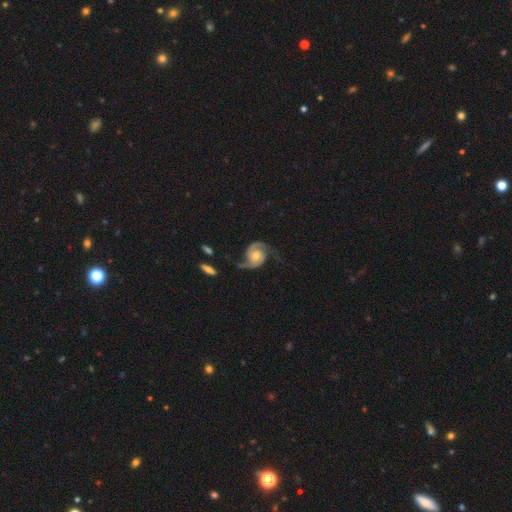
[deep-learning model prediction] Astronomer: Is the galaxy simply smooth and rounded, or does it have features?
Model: featured or disk — 90%.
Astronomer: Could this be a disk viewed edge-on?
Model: no — 98%.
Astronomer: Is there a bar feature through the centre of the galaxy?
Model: no — 68%.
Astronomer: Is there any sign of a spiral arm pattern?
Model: yes — 98%.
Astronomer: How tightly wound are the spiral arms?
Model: medium — 51% (runner-up: loose, 27%).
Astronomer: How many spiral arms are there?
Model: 2 — 92%.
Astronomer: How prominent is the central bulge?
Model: moderate — 61%.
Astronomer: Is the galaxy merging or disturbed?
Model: none — 67%.